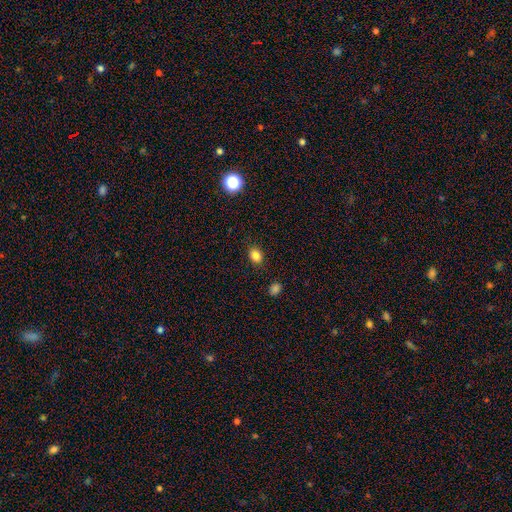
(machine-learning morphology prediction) The model was most divided on "how rounded": in between: 59%, round: 40%, cigar-shaped: 1%. More confident: merging — none (87%); smooth or featured — smooth (83%).